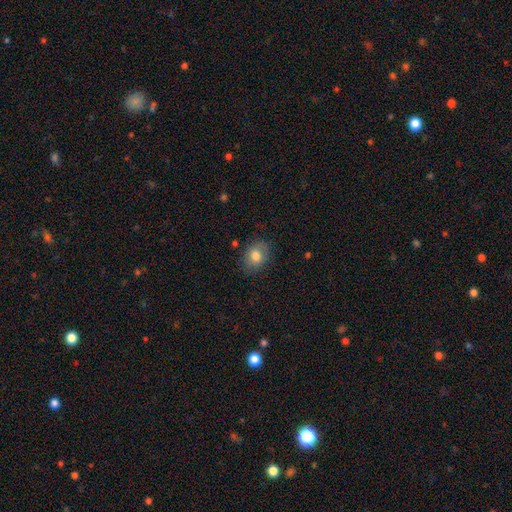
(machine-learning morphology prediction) Smooth or featured? Predicted: smooth (p=0.76). How rounded? Predicted: in between (p=0.57). Merging? Predicted: none (p=0.79).